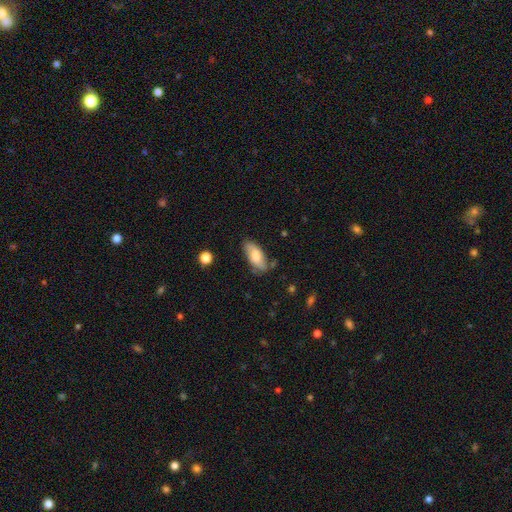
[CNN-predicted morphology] Smooth or featured? Predicted: smooth (p=0.63). How rounded? Predicted: in between (p=0.85). Merging? Predicted: none (p=0.72).